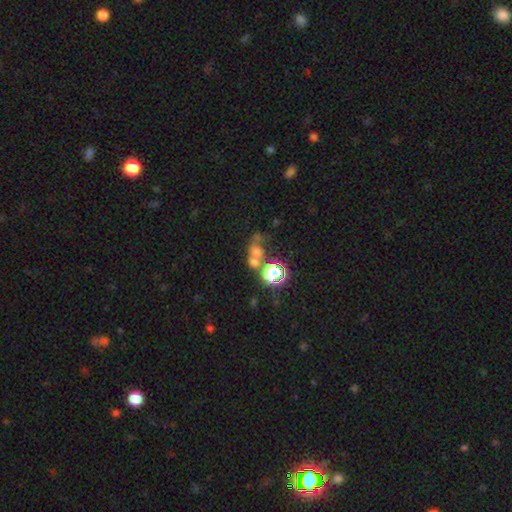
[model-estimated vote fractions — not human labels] This is possibly a smooth galaxy (51%). How rounded: possibly round (60%). Merging: possibly merger (49%).